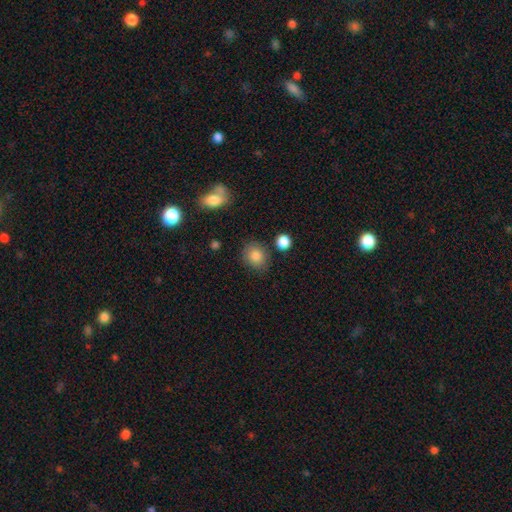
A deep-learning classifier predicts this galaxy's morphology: This is clearly a smooth galaxy (84%). How rounded: likely round (69%). Merging: likely none (78%).